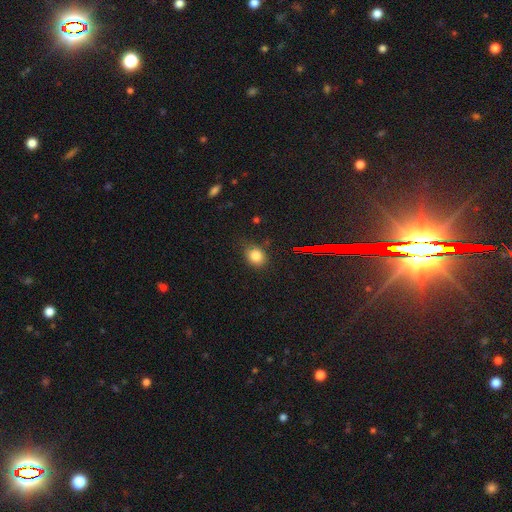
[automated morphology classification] A smooth galaxy with no disk features (78%) that is round (55%).

Vote fractions:
- Smooth or featured? smooth: 78% / star or artifact: 15% / featured or disk: 7%
- How rounded? round: 55% / in between: 44% / cigar-shaped: 1%
- Merging? none: 72% / minor disturbance: 21% / major disturbance: 5% / merger: 2%